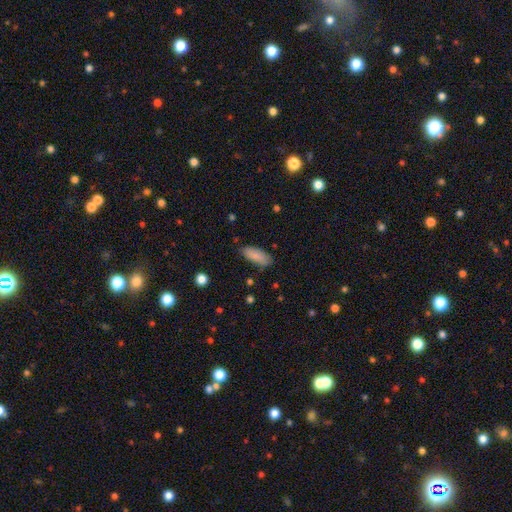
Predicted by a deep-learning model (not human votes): A smooth galaxy with no disk features (86%) that is in between round and cigar-shaped (74%). Merging: none (75%).